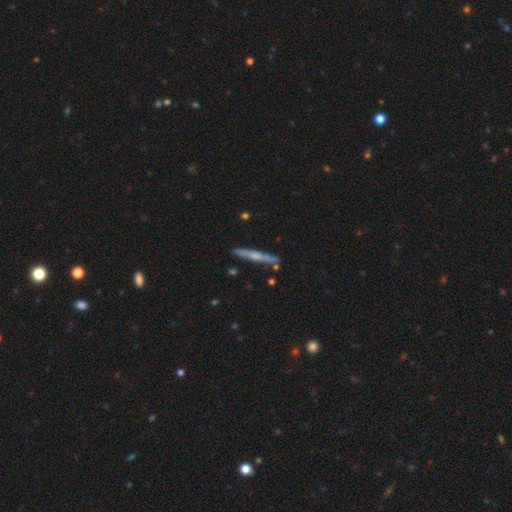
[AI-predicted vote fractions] featured or disk 52%, smooth 42%, star or artifact 6%. Down the decision tree: edge-on disk — yes (95%); merging — none (85%).